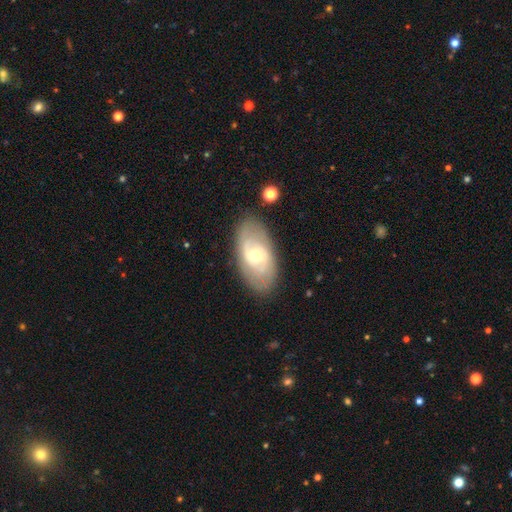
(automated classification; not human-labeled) A featured or disk galaxy (63%) with no bar (48%), spiral arms (68%) and a moderate central bulge (54%).

Vote fractions:
- Smooth or featured? featured or disk: 63% / smooth: 31% / star or artifact: 6%
- Edge-on disk? no: 92% / yes: 8%
- Bar? no: 48% / weak: 42% / strong: 11%
- Spiral arms? yes: 68% / no: 32%
- Bulge size? moderate: 54% / small: 39% / large: 5% / none: 1% / dominant: 1%
- Merging? none: 81% / minor disturbance: 13% / major disturbance: 4% / merger: 2%